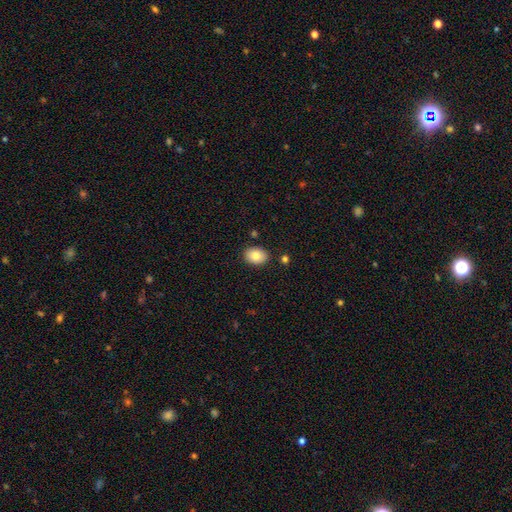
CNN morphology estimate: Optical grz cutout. It shows a smooth galaxy with no disk features (83%) that is in between round and cigar-shaped (71%). Merging: none (87%).